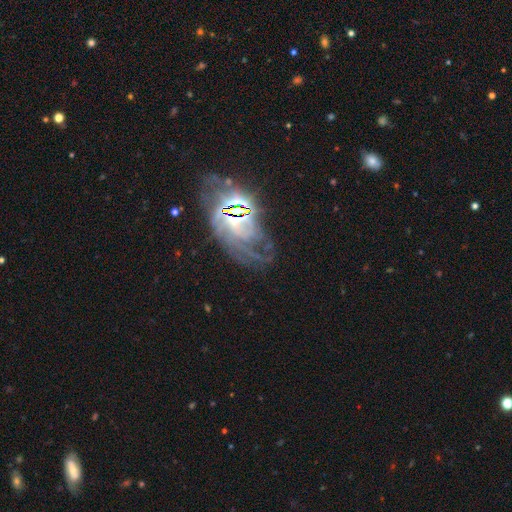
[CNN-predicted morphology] featured or disk 73%, star or artifact 17%, smooth 10%. Down the decision tree: edge-on disk — no (96%); bar — no (49%); spiral arms — yes (90%); spiral arm count — 2 (31%); spiral winding — tight (50%); bulge size — small (53%); merging — none (66%).